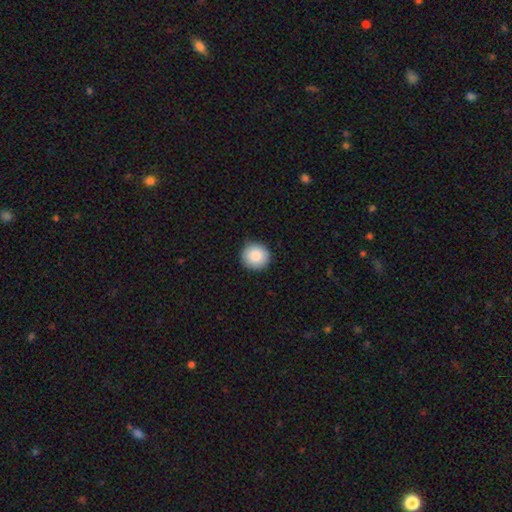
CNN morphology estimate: Q: Smooth or featured?
A: smooth (87%); runner-up: star or artifact (8%)
Q: How rounded?
A: round (93%); runner-up: in between (6%)
Q: Merging?
A: none (88%); runner-up: minor disturbance (9%)